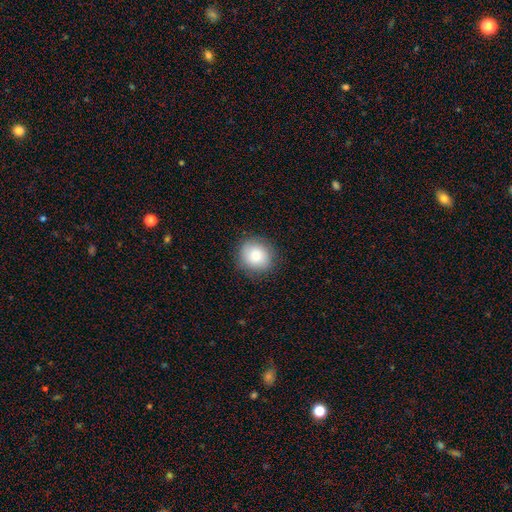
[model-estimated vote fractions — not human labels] smooth 81%, featured or disk 10%, star or artifact 8%. Down the decision tree: how rounded — round (81%); merging — none (85%).